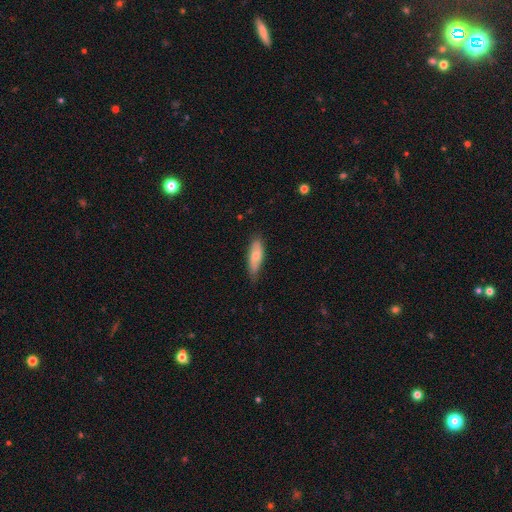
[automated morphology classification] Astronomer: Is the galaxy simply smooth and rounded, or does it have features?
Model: smooth — 72%.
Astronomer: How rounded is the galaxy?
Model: in between — 62%.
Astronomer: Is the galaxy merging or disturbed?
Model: none — 71%.